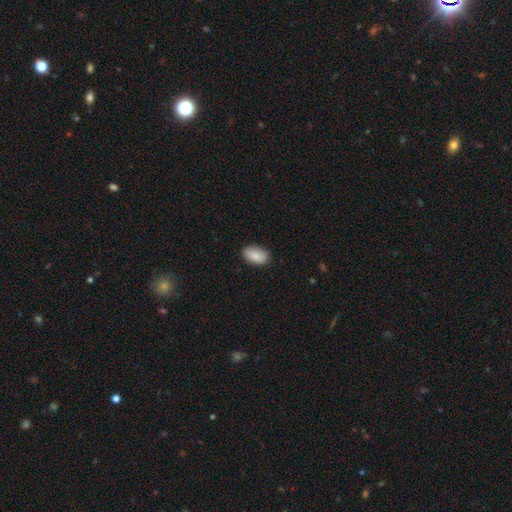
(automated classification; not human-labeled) Overall: smooth (88%). How rounded: in between (93%). Merging: none (84%).